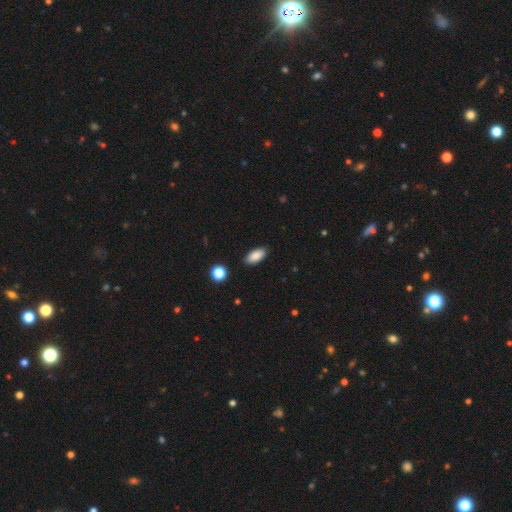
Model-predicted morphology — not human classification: The model was most divided on "merging": none: 88%, minor disturbance: 8%, major disturbance: 2%, merger: 1%. More confident: how rounded — in between (90%); smooth or featured — smooth (88%).